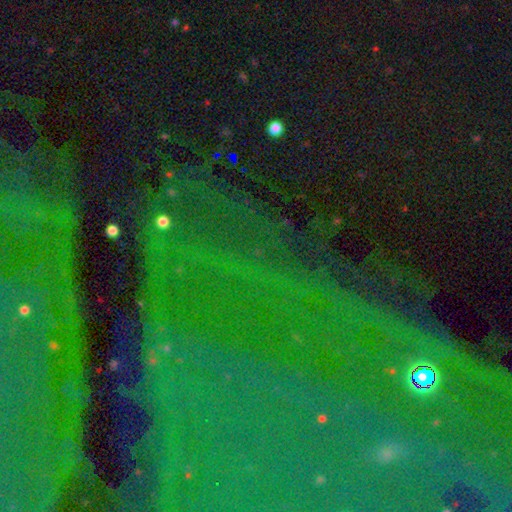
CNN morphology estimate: A star or artifact, not a galaxy (83%).

Vote fractions:
- Smooth or featured? star or artifact: 83% / featured or disk: 9% / smooth: 8%